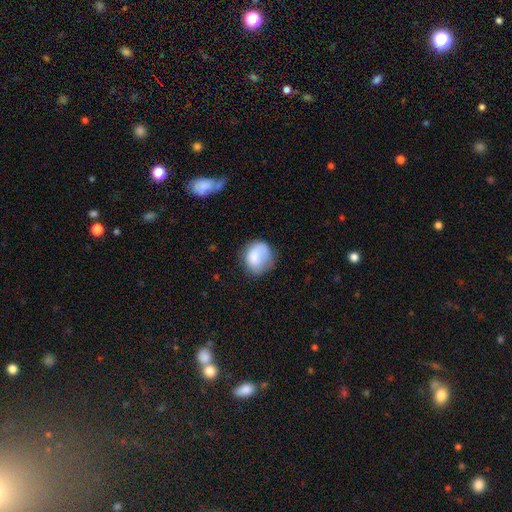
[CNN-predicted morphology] The model was most divided on "merging": none: 54%, minor disturbance: 27%, major disturbance: 15%, merger: 3%. More confident: smooth or featured — smooth (77%); how rounded — round (71%).